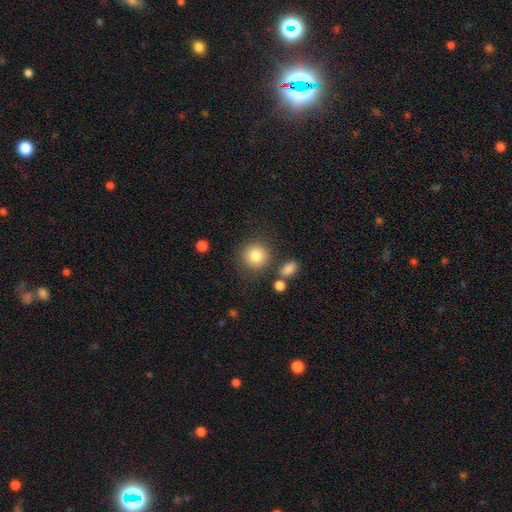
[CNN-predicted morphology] smooth-or-featured: smooth: 84% | star or artifact: 9% | featured or disk: 7%
  how-rounded: round: 91% | in between: 9% | cigar-shaped: 1%
  merging: none: 81% | minor disturbance: 9% | merger: 6% | major disturbance: 4%